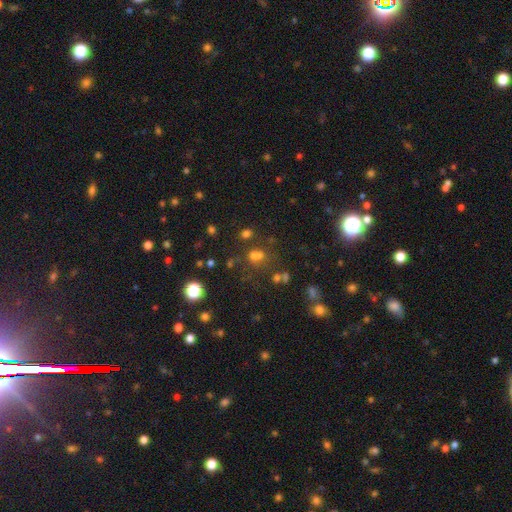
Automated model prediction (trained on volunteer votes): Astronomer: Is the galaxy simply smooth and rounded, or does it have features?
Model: smooth — 51% (runner-up: star or artifact, 37%).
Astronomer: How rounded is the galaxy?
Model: round — 79%.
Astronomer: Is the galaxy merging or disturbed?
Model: none — 53% (runner-up: merger, 33%).